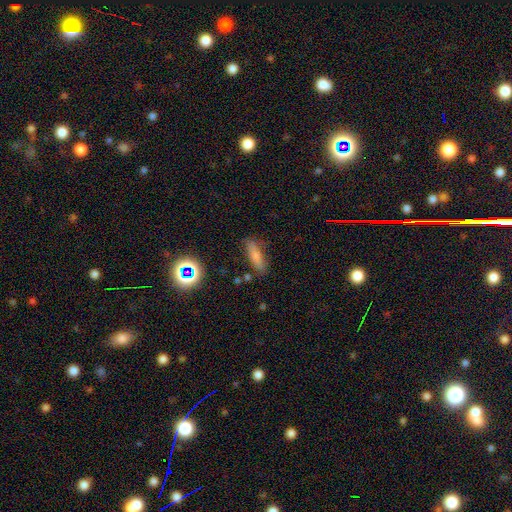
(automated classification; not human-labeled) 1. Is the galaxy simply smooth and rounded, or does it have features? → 71% smooth, 17% featured or disk, 11% star or artifact.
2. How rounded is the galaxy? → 48% in between (tied), 48% cigar-shaped (tied), 3% round.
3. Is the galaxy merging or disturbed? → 75% none, 17% minor disturbance, 5% major disturbance, 3% merger.